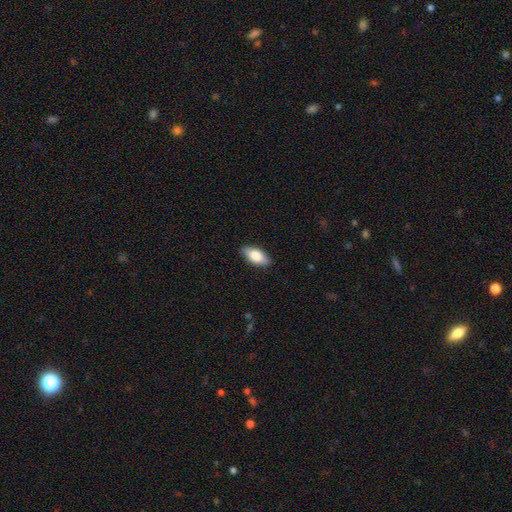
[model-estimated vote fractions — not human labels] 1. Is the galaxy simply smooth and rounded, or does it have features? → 80% smooth, 14% featured or disk, 6% star or artifact.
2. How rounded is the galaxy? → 89% in between, 8% cigar-shaped, 3% round.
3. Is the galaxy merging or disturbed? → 88% none, 9% minor disturbance, 2% major disturbance, 1% merger.